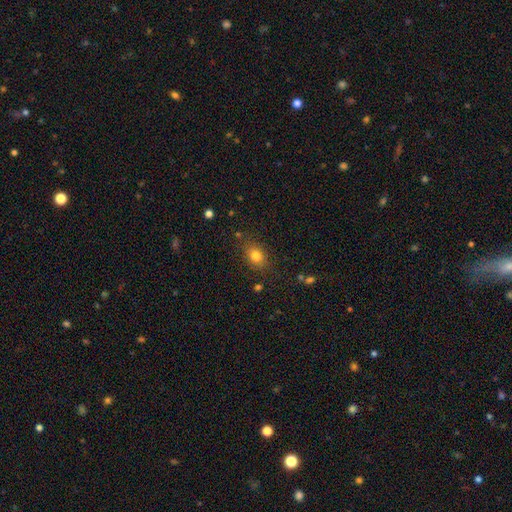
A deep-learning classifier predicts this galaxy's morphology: Overall: smooth (79%). How rounded: in between (63%; round 35%). Merging: none (80%).